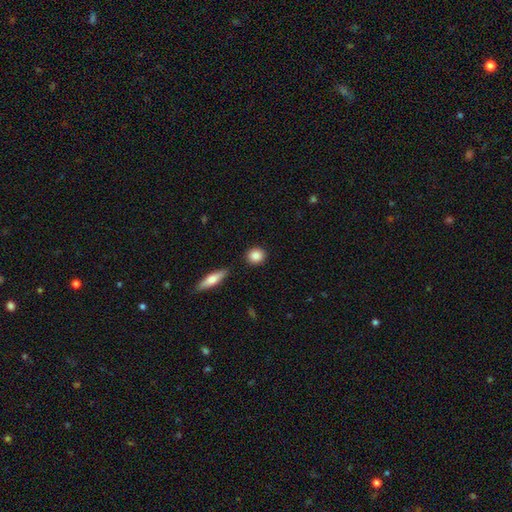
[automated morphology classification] A smooth galaxy with no disk features (87%) that is round (81%). Merging: none (89%).